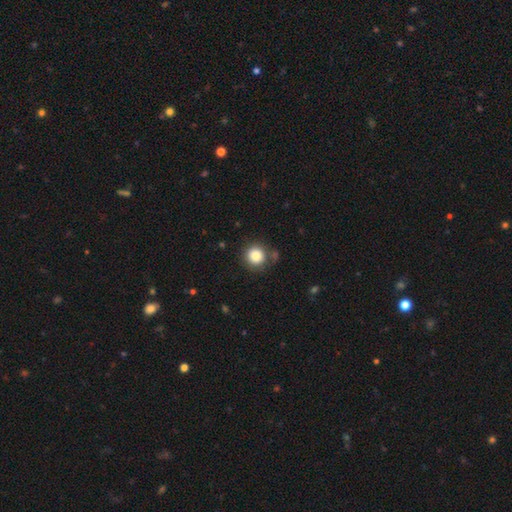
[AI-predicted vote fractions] This appears to be a smooth galaxy with no disk features (86%) that is round (92%). Merging: none (77%).